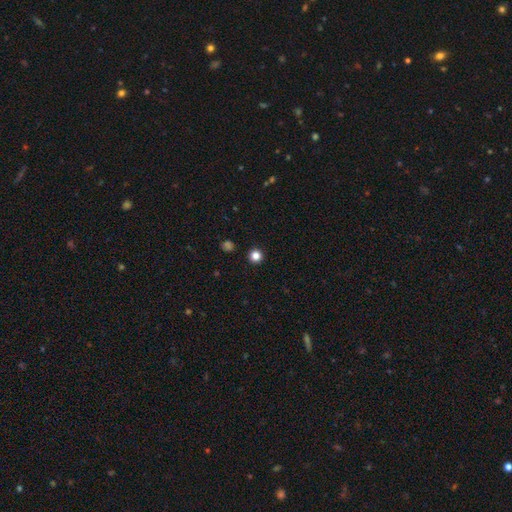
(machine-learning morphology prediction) type=smooth (83%); roundness=round (95%); merging=none (93%).